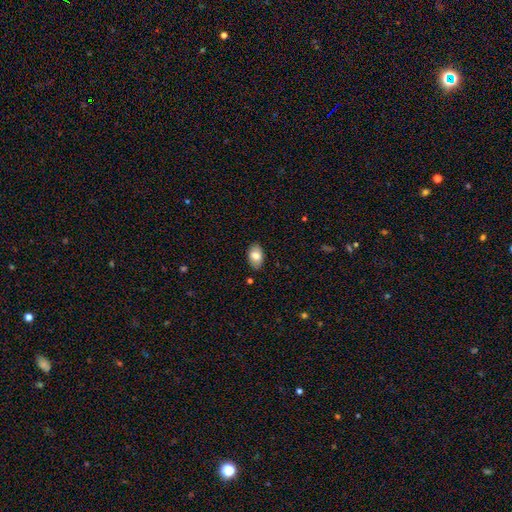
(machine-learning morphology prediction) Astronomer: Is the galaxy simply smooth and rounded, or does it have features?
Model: smooth — 79%.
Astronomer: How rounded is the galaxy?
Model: in between — 91%.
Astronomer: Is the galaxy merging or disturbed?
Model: none — 86%.